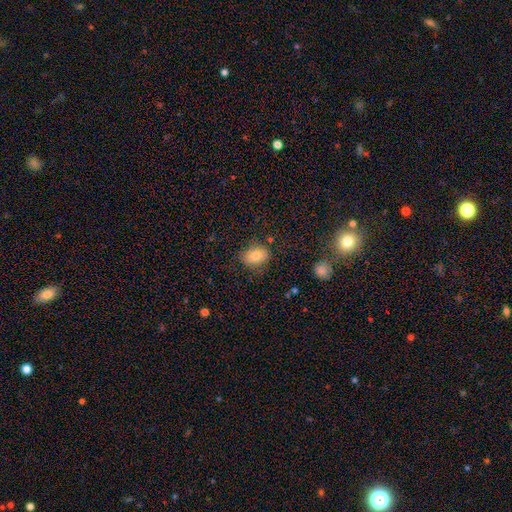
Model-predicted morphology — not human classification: smooth-or-featured: smooth: 78% | featured or disk: 12% | star or artifact: 10%
  how-rounded: in between: 61% | round: 38% | cigar-shaped: 1%
  merging: none: 77% | minor disturbance: 16% | major disturbance: 5% | merger: 2%